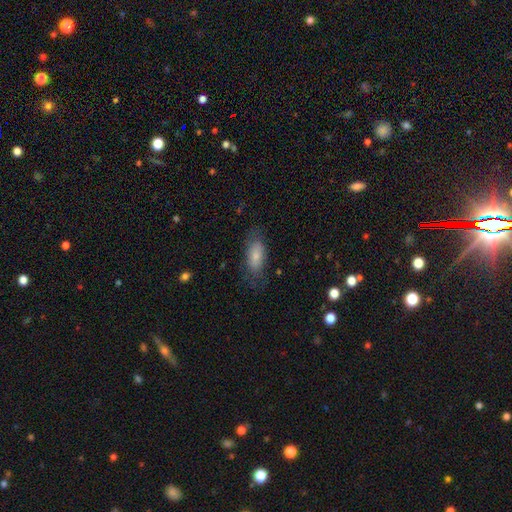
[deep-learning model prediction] smooth-or-featured: smooth: 75% | featured or disk: 18% | star or artifact: 7%
  how-rounded: in between: 83% | cigar-shaped: 14% | round: 3%
  merging: none: 71% | minor disturbance: 20% | major disturbance: 8% | merger: 1%